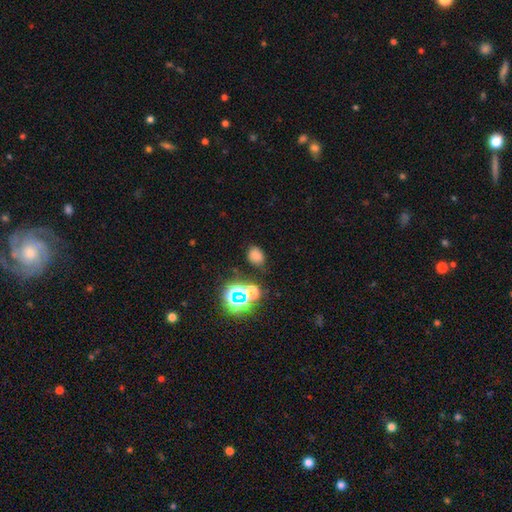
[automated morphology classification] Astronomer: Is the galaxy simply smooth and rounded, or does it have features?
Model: smooth — 68%.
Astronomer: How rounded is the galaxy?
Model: in between — 60% (runner-up: round, 39%).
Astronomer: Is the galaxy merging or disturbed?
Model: none — 75%.